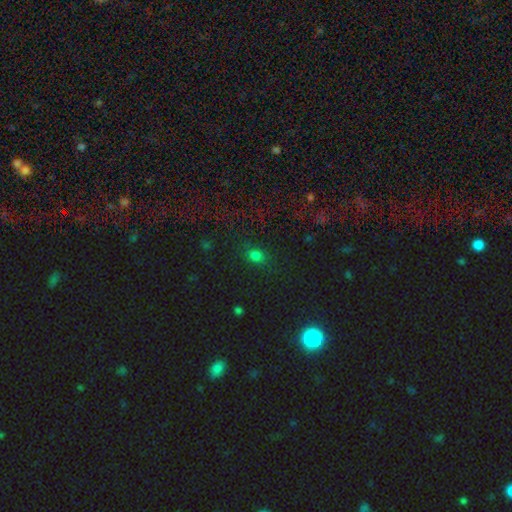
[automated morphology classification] smooth-or-featured: smooth: 72% | star or artifact: 22% | featured or disk: 5%
  how-rounded: round: 49% (tied) | in between: 49% (tied) | cigar-shaped: 2%
  merging: none: 81% | minor disturbance: 12% | major disturbance: 5% | merger: 2%